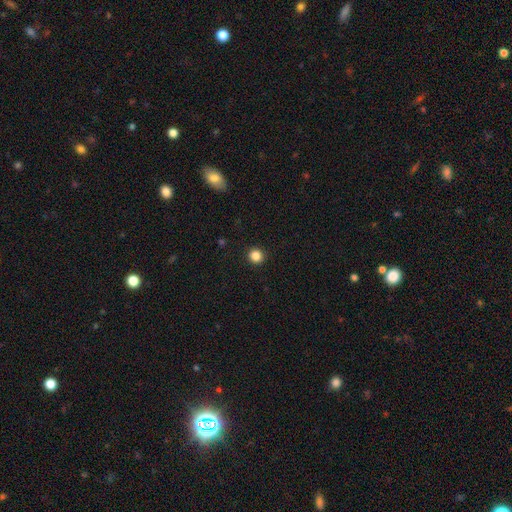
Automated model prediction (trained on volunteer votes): Smooth or featured? smooth (86%)
How rounded? round (94%)
Merging? none (93%)